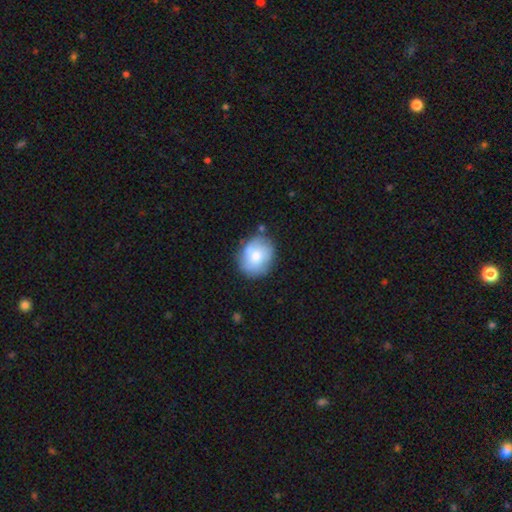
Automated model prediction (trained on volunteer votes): Q: Smooth or featured?
A: smooth (64%); runner-up: featured or disk (28%)
Q: How rounded?
A: round (58%); runner-up: in between (41%)
Q: Merging?
A: none (70%); runner-up: minor disturbance (20%)